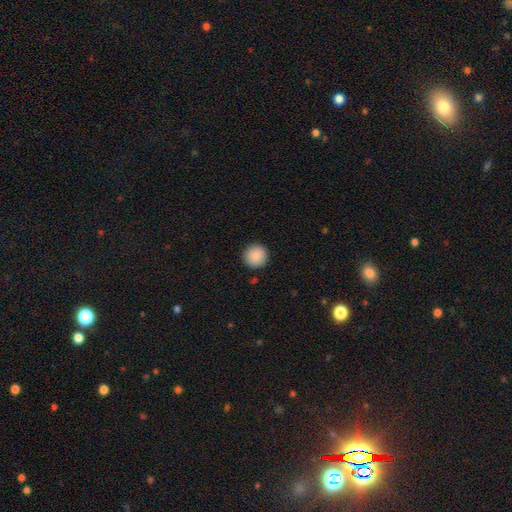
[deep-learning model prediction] Q: Smooth or featured?
A: smooth (90%); runner-up: star or artifact (7%)
Q: How rounded?
A: round (96%); runner-up: in between (4%)
Q: Merging?
A: none (92%); runner-up: minor disturbance (5%)